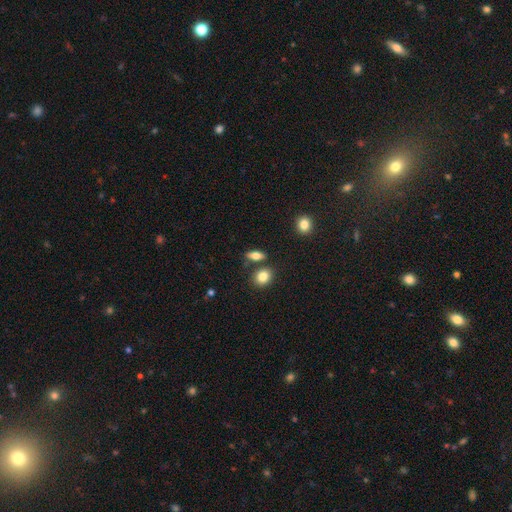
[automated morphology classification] This appears to be a smooth galaxy with no disk features (74%) that is in between round and cigar-shaped (72%). Merging: none (75%).